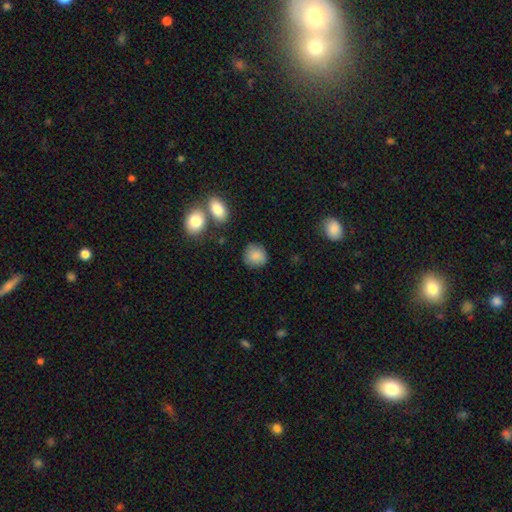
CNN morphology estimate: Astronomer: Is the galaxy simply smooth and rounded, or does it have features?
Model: smooth — 86%.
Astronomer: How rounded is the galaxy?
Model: round — 83%.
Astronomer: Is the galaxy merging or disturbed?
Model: none — 80%.